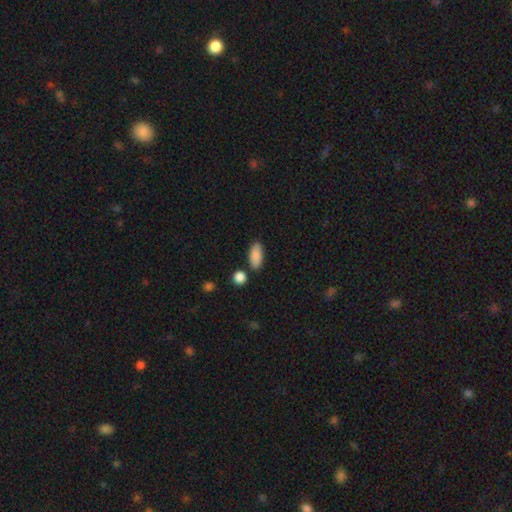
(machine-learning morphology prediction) smooth-or-featured: smooth: 88% | star or artifact: 7% | featured or disk: 5%
  how-rounded: in between: 87% | cigar-shaped: 10% | round: 3%
  merging: none: 80% | minor disturbance: 12% | merger: 6% | major disturbance: 3%